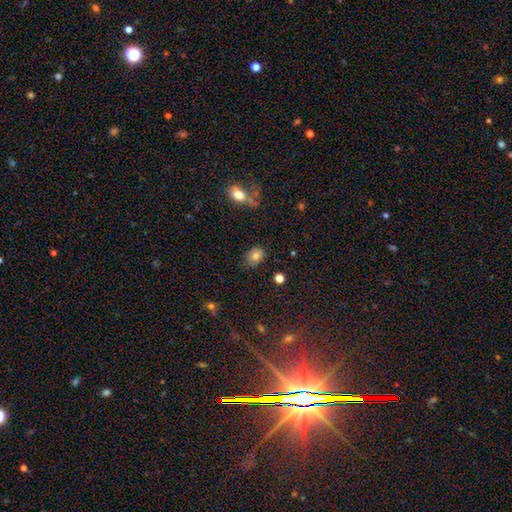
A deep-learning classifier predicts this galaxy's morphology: This is likely a smooth galaxy (79%). How rounded: likely in between (61%). Merging: likely none (75%).